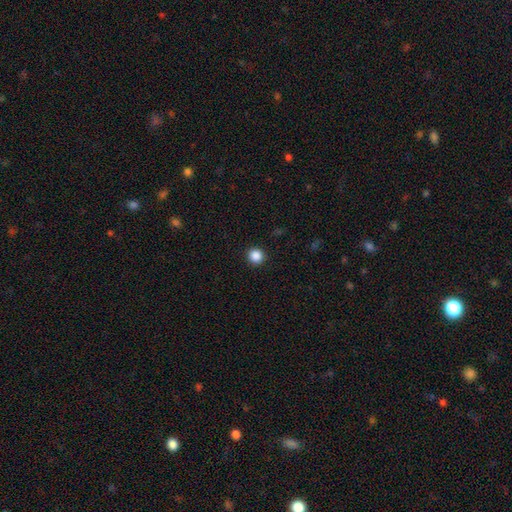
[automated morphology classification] This appears to be a smooth galaxy with no disk features (87%) that is round (94%). Merging: none (93%).